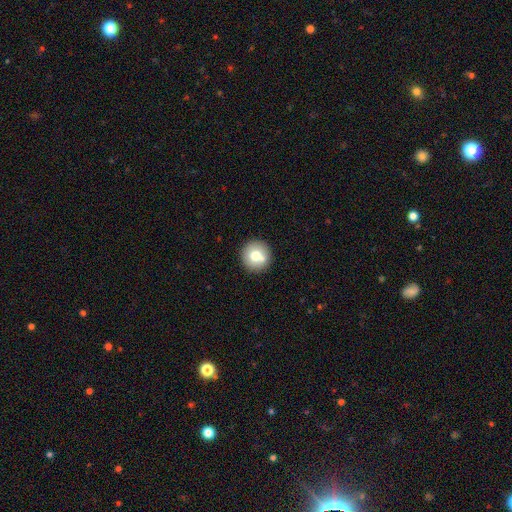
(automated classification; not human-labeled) A smooth galaxy with no disk features (71%) that is round (95%). Merging: none (78%).